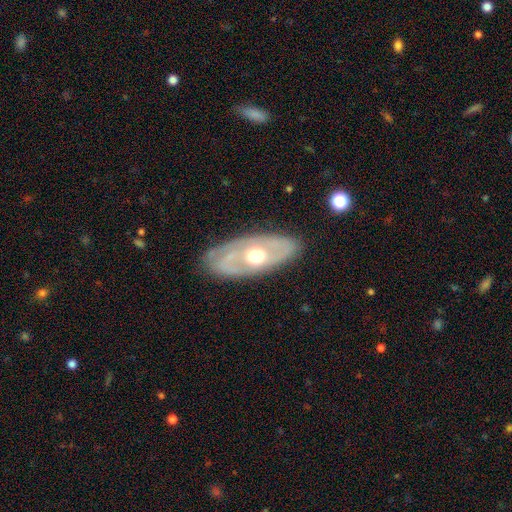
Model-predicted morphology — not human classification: Overall: featured or disk (68%). Edge-on disk: no (84%). Bar: no (82%). Spiral arms: no (52%; yes 48%). Bulge size: moderate (72%). Merging: none (81%).